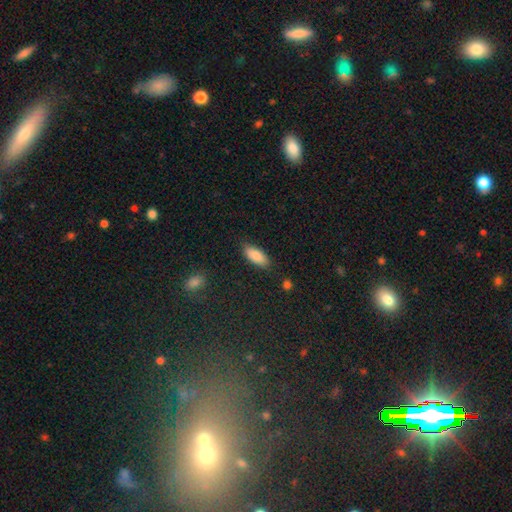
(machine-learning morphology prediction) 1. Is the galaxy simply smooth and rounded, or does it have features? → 86% smooth, 7% featured or disk, 6% star or artifact.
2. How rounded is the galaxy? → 83% in between, 15% cigar-shaped, 2% round.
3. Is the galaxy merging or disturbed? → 84% none, 12% minor disturbance, 3% major disturbance, 2% merger.